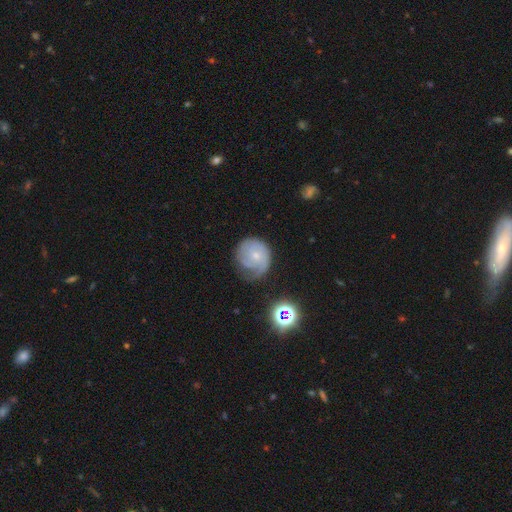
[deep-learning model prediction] featured or disk 59%, smooth 32%, star or artifact 9%. Down the decision tree: edge-on disk — no (98%); bar — no (80%); spiral arms — yes (85%); bulge size — small (71%); merging — none (48%).